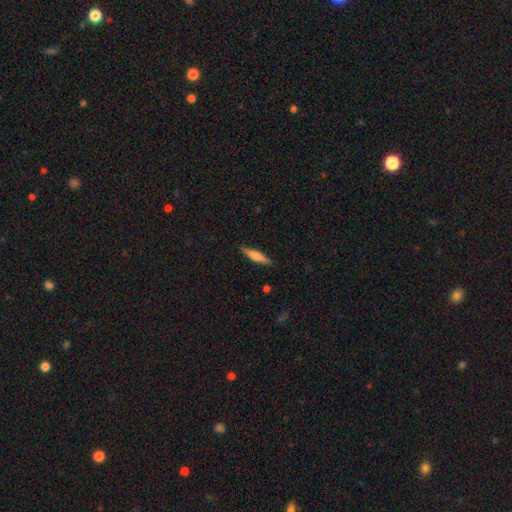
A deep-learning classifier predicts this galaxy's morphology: smooth 58%, featured or disk 36%, star or artifact 6%. Down the decision tree: how rounded — cigar-shaped (84%); merging — none (88%).